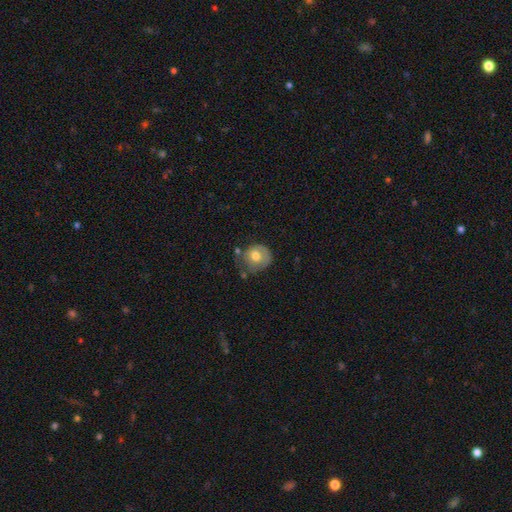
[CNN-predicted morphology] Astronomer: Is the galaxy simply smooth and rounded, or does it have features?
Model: smooth — 65%.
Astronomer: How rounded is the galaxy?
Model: round — 80%.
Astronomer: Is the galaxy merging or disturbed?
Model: none — 51% (runner-up: minor disturbance, 29%).